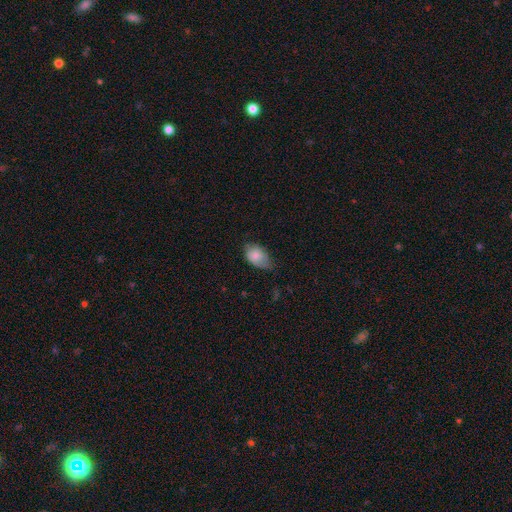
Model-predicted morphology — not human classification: smooth-or-featured: smooth: 80% | featured or disk: 13% | star or artifact: 7%
  how-rounded: in between: 88% | round: 10% | cigar-shaped: 1%
  merging: none: 46% | minor disturbance: 41% | major disturbance: 11% | merger: 2%